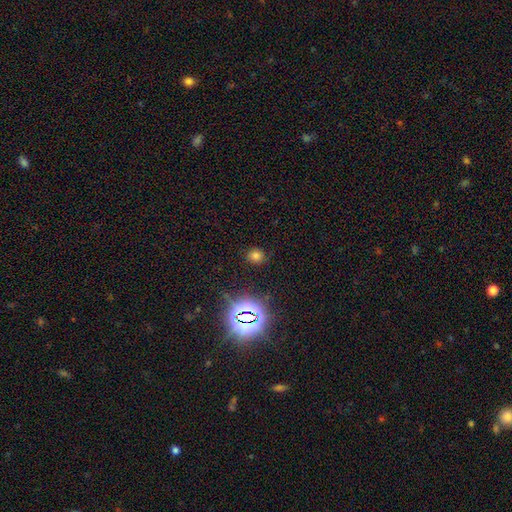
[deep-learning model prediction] This is likely a smooth galaxy (68%). How rounded: likely round (77%). Merging: clearly none (85%).